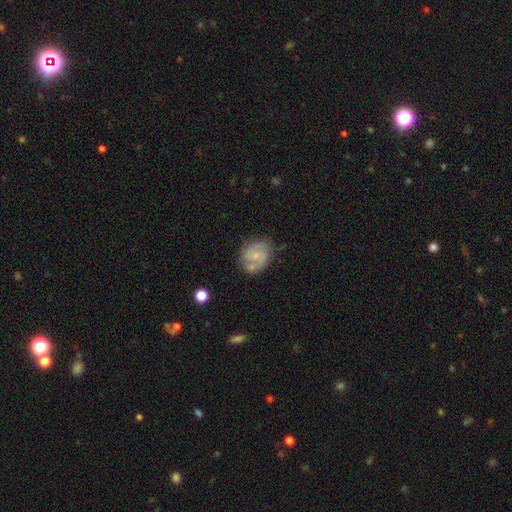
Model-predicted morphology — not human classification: Smooth or featured? featured or disk (72%)
Edge-on disk? no (98%)
Bar? no (59%)
Spiral arms? yes (89%)
Spiral winding? medium (47%)
Spiral arm count? 2 (69%)
Bulge size? small (67%)
Merging? none (62%)